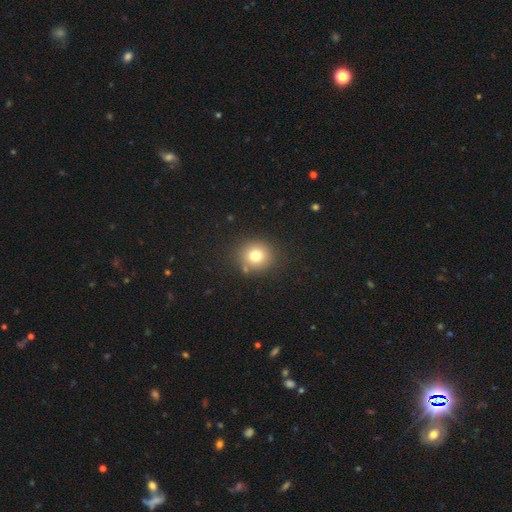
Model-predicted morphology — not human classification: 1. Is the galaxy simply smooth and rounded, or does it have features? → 75% smooth, 14% star or artifact, 11% featured or disk.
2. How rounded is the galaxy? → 89% round, 11% in between, 1% cigar-shaped.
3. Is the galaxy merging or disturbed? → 85% none, 8% minor disturbance, 4% merger, 3% major disturbance.